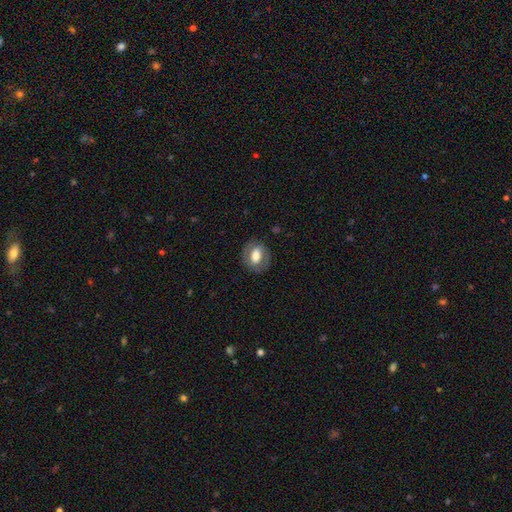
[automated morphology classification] A smooth galaxy with no disk features (61%) that is in between round and cigar-shaped (67%).

Vote fractions:
- Smooth or featured? smooth: 61% / featured or disk: 32% / star or artifact: 7%
- How rounded? in between: 67% / round: 31% / cigar-shaped: 2%
- Merging? none: 80% / minor disturbance: 13% / major disturbance: 6% / merger: 1%